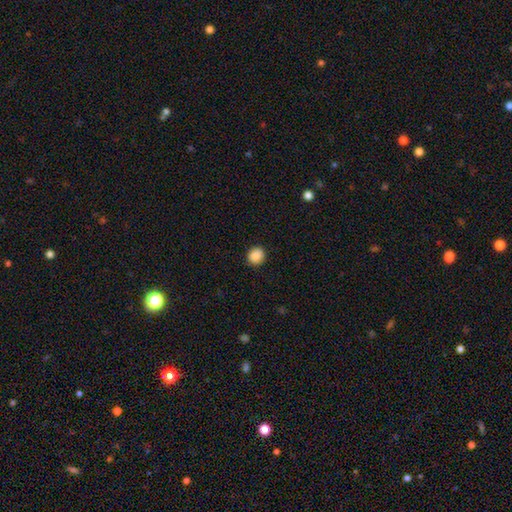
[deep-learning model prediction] Smooth or featured: smooth — 88% (star or artifact — 9%)
How rounded: round — 86% (in between — 13%)
Merging: none — 90% (minor disturbance — 7%)